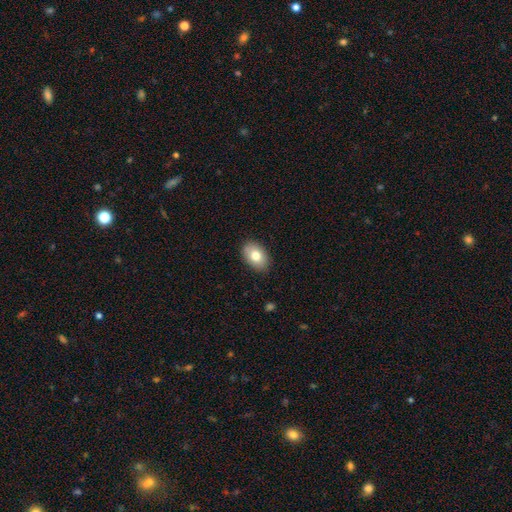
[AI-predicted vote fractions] Smooth or featured?
  - smooth: 79% *
  - featured or disk: 14%
  - star or artifact: 7%
How rounded?
  - in between: 85% *
  - round: 14%
  - cigar-shaped: 1%
Merging?
  - none: 87% *
  - minor disturbance: 10%
  - major disturbance: 2%
  - merger: 1%